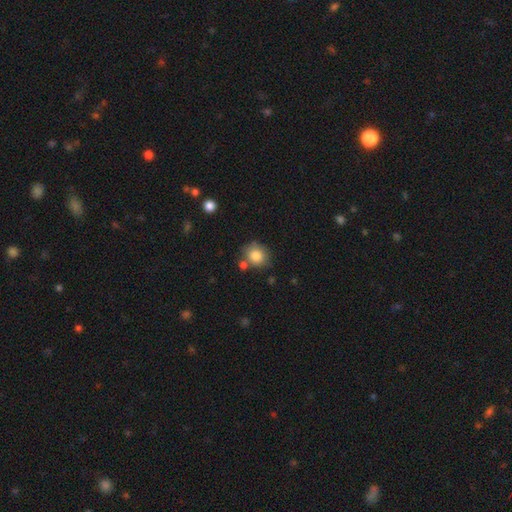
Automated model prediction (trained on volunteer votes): A smooth galaxy with no disk features (84%) that is round (74%).

Vote fractions:
- Smooth or featured? smooth: 84% / star or artifact: 9% / featured or disk: 7%
- How rounded? round: 74% / in between: 25% / cigar-shaped: 1%
- Merging? none: 69% / minor disturbance: 16% / merger: 11% / major disturbance: 4%